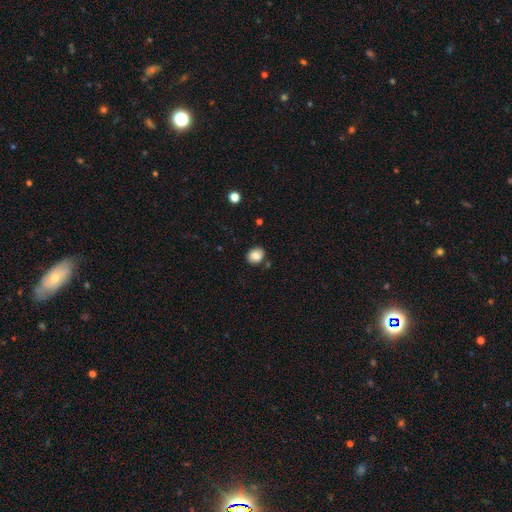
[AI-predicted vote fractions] Morphology: type=smooth (84%); roundness=round (59%); merging=none (83%).